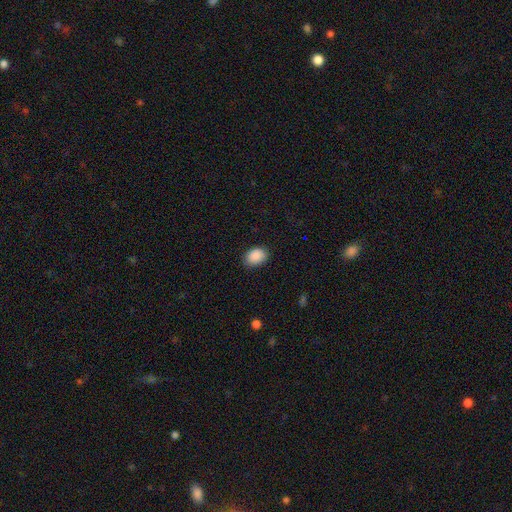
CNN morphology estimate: Q: Smooth or featured?
A: smooth (90%); runner-up: star or artifact (7%)
Q: How rounded?
A: in between (75%); runner-up: round (24%)
Q: Merging?
A: none (85%); runner-up: minor disturbance (12%)